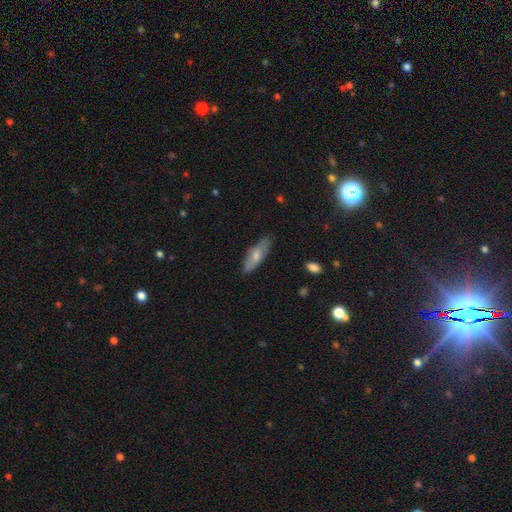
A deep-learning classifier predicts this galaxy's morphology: Smooth or featured: smooth — 63% (featured or disk — 31%)
How rounded: in between — 56% (cigar-shaped — 42%)
Merging: none — 81% (minor disturbance — 15%)